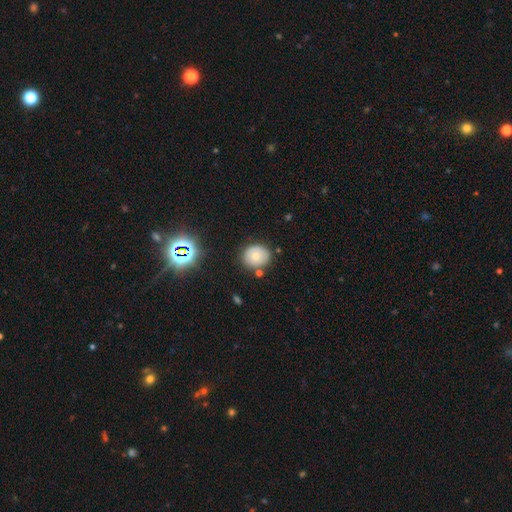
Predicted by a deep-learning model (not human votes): Q: Smooth or featured?
A: smooth (71%); runner-up: featured or disk (18%)
Q: How rounded?
A: round (69%); runner-up: in between (30%)
Q: Merging?
A: none (79%); runner-up: minor disturbance (13%)